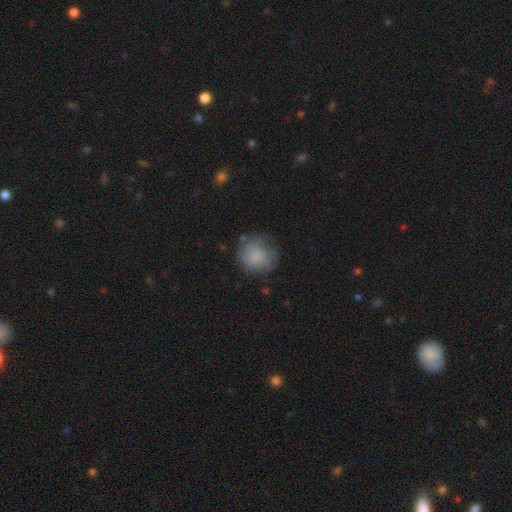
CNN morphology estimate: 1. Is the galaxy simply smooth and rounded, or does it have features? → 64% smooth, 27% featured or disk, 9% star or artifact.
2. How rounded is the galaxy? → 84% round, 15% in between, 1% cigar-shaped.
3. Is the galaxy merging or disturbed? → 61% none, 24% minor disturbance, 13% major disturbance, 2% merger.